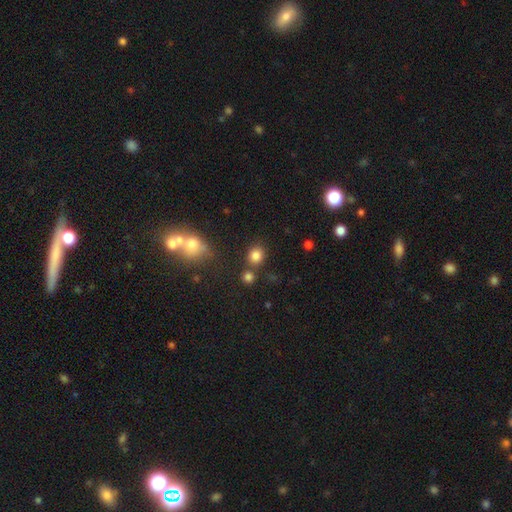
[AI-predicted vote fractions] smooth_or_featured: smooth (p=0.82) [alt: star or artifact p=0.13]
how_rounded: round (p=0.71) [alt: in between p=0.28]
merging: none (p=0.72) [alt: merger p=0.14]